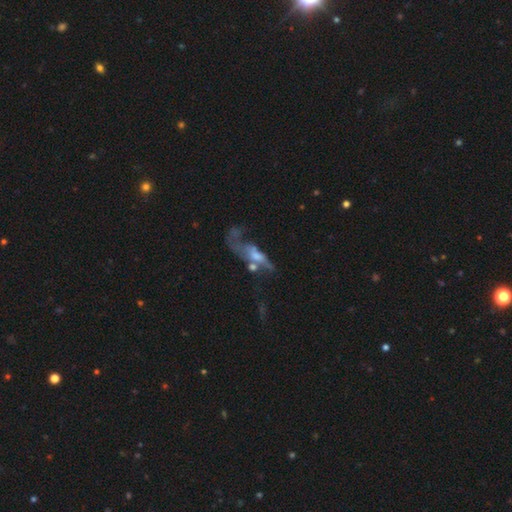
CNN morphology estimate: This appears to be a featured or disk galaxy (60%). Merging: major disturbance (41%).